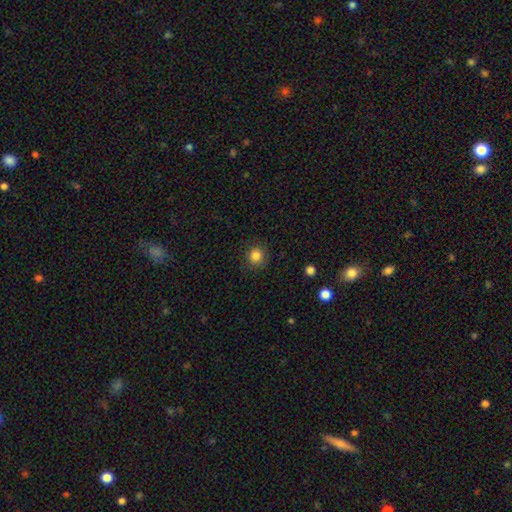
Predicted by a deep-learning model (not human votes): Morphology: type=smooth (84%); roundness=round (92%); merging=none (90%).